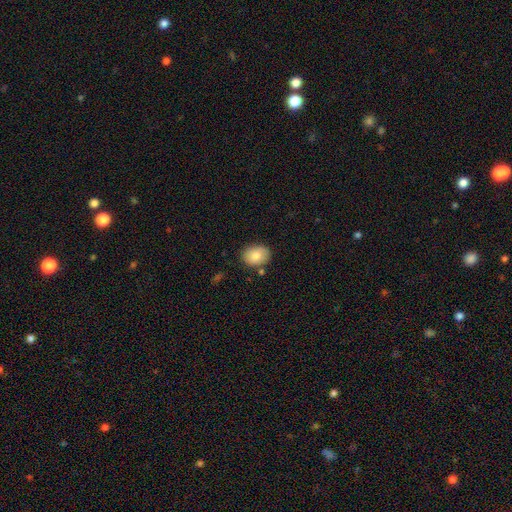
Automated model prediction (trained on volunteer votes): smooth_or_featured: smooth (p=0.81) [alt: featured or disk p=0.12]
how_rounded: in between (p=0.61) [alt: round p=0.38]
merging: none (p=0.81) [alt: minor disturbance p=0.12]